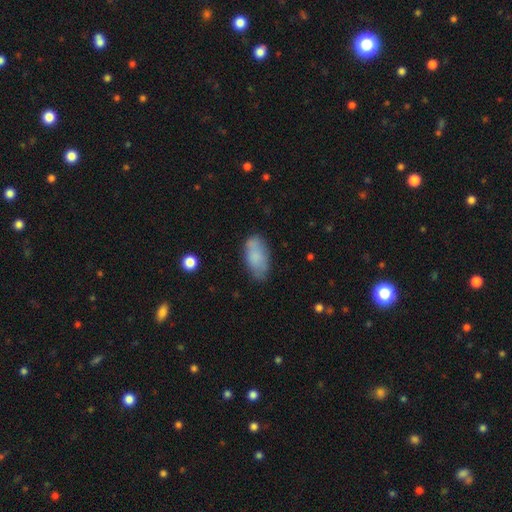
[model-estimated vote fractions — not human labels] The model was most divided on "merging": none: 67%, minor disturbance: 24%, major disturbance: 6%, merger: 4%. More confident: how rounded — in between (91%); smooth or featured — smooth (78%).